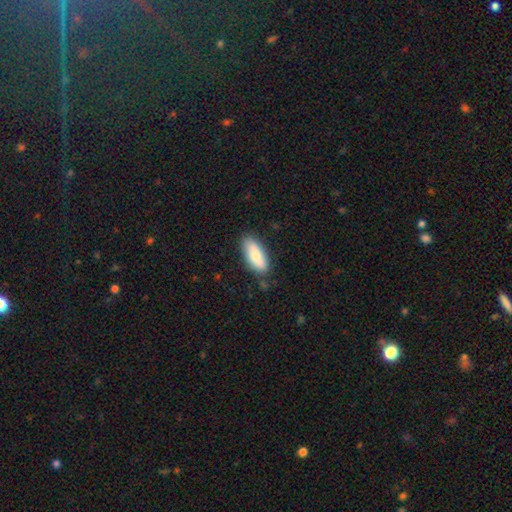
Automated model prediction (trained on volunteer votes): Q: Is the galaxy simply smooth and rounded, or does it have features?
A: smooth — 80%.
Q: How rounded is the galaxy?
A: in between — 78%.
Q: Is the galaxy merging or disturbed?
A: none — 81%.